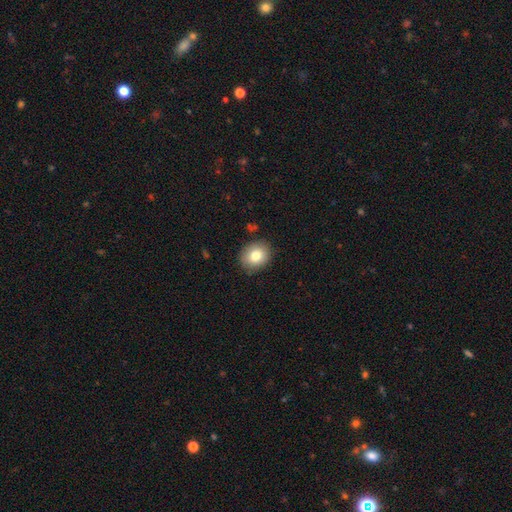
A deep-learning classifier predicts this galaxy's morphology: The model was most divided on "how rounded": round: 61%, in between: 38%, cigar-shaped: 1%. More confident: merging — none (86%); smooth or featured — smooth (80%).